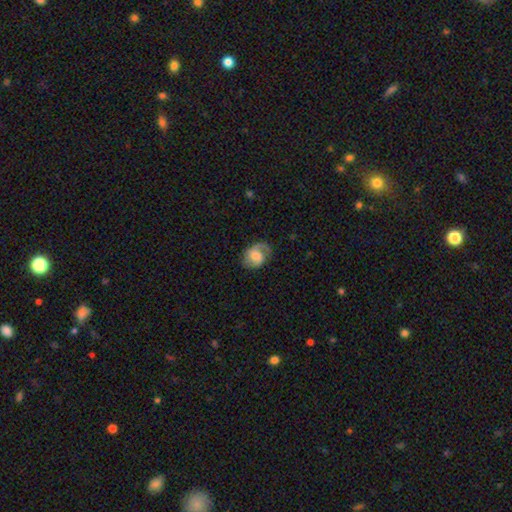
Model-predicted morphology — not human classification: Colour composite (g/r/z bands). It shows a featured or disk galaxy (58%) with no bar (46%), spiral arms (90%) and a moderate central bulge (44%). Merging: none (62%).